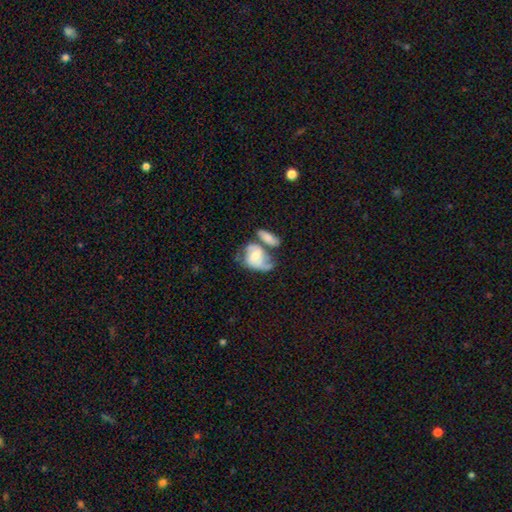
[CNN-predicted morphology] This is possibly a featured or disk galaxy (55%). It is clearly not viewed edge-on (96%). Bar: likely no (63%). Spiral arm pattern: likely yes (76%). Central bulge: possibly moderate (52%). Merging: marginally merger (40%).